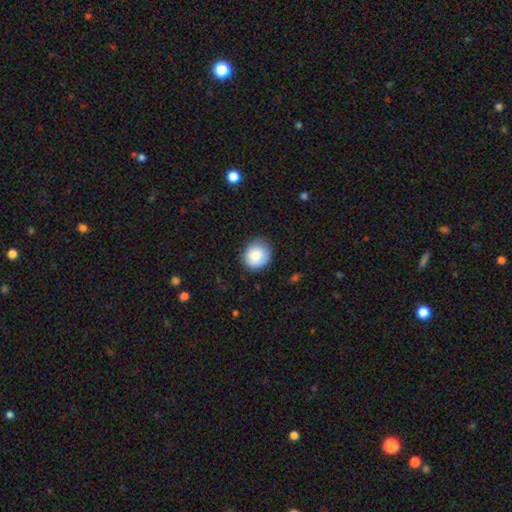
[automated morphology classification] This is clearly a smooth galaxy (84%). How rounded: likely round (78%). Merging: likely none (79%).